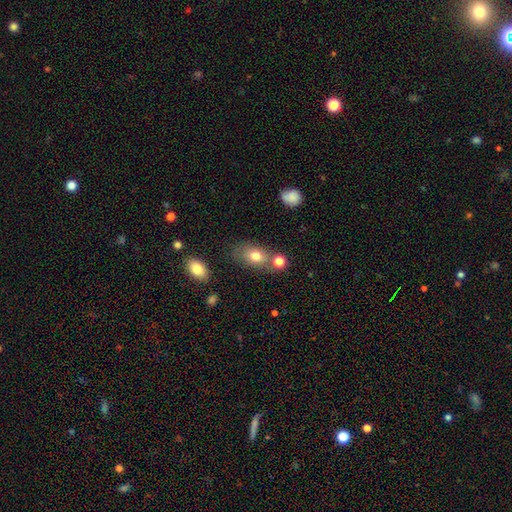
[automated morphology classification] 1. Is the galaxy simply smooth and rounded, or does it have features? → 76% smooth, 15% featured or disk, 10% star or artifact.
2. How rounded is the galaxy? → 79% in between, 18% round, 3% cigar-shaped.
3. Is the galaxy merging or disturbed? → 55% none, 23% merger, 16% minor disturbance, 6% major disturbance.